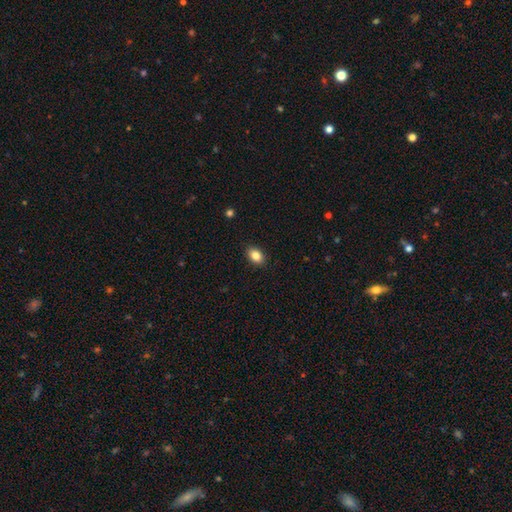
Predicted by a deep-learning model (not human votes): Morphology: type=smooth (85%); roundness=in between (80%); merging=none (89%).